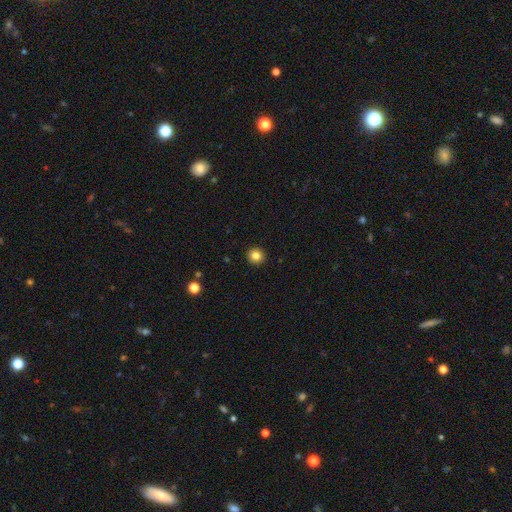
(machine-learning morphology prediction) smooth-or-featured: smooth: 83% | star or artifact: 11% | featured or disk: 6%
  how-rounded: round: 94% | in between: 5% | cigar-shaped: 1%
  merging: none: 93% | minor disturbance: 4% | major disturbance: 1% | merger: 1%